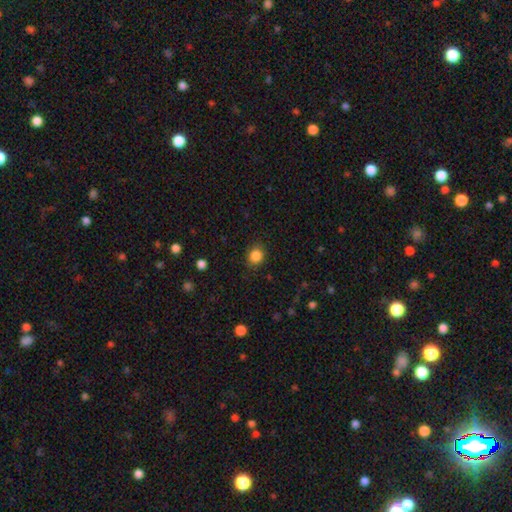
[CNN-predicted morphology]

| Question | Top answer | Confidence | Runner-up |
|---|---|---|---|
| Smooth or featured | smooth | 86% | star or artifact (11%) |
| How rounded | round | 75% | in between (25%) |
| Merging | none | 86% | minor disturbance (10%) |